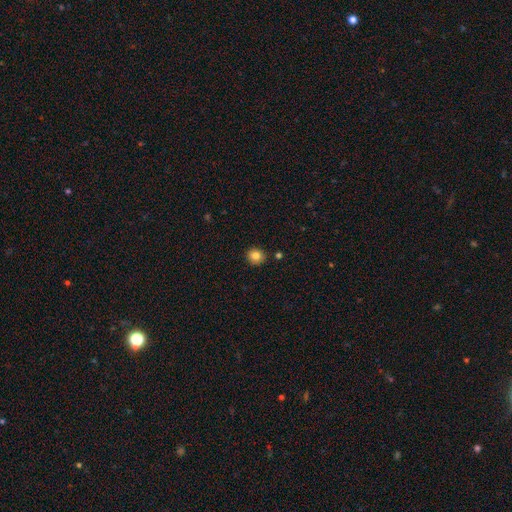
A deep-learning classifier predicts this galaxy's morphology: The model was most divided on "smooth or featured": smooth: 83%, star or artifact: 11%, featured or disk: 6%. More confident: merging — none (88%); how rounded — round (87%).